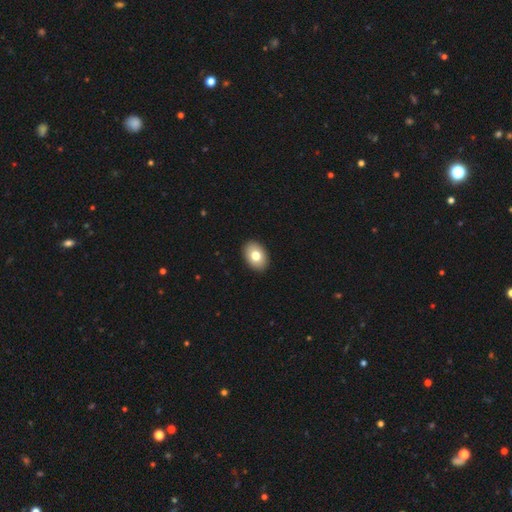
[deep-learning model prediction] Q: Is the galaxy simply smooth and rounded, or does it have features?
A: smooth — 77%.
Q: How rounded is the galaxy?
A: in between — 79%.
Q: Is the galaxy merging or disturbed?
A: none — 92%.